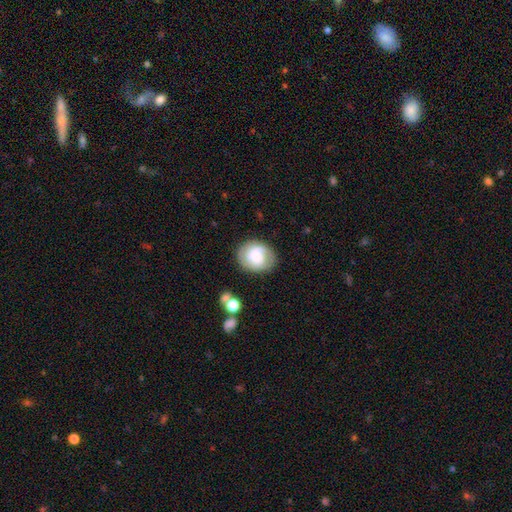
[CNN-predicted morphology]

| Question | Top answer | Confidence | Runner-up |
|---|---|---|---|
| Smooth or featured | featured or disk | 47% | smooth (44%) |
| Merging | none | 76% | minor disturbance (16%) |